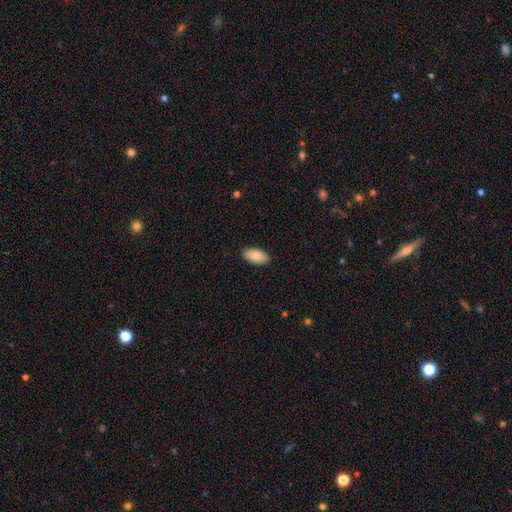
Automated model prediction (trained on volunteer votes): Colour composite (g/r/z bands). It shows a smooth galaxy with no disk features (87%) that is in between round and cigar-shaped (95%). Merging: none (89%).